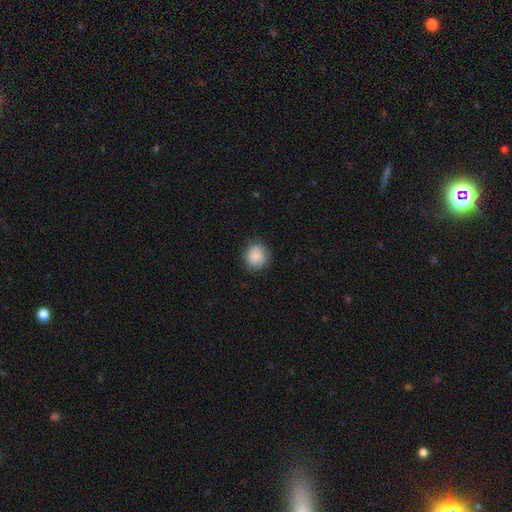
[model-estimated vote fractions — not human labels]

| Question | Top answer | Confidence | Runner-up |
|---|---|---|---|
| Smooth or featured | smooth | 87% | star or artifact (7%) |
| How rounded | round | 83% | in between (16%) |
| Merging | none | 82% | minor disturbance (13%) |